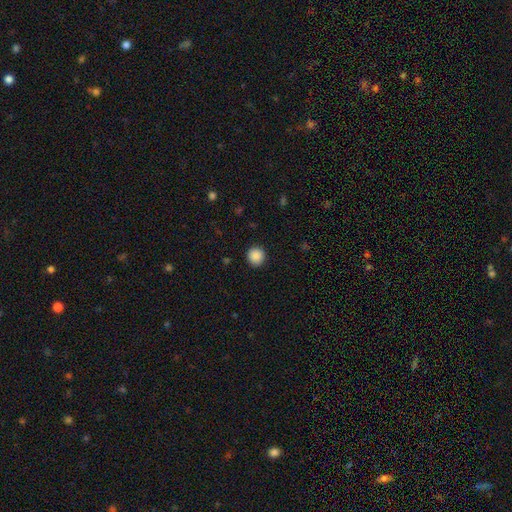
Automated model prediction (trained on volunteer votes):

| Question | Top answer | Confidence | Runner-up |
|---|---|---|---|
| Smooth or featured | smooth | 88% | star or artifact (9%) |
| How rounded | round | 93% | in between (6%) |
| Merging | none | 91% | minor disturbance (6%) |